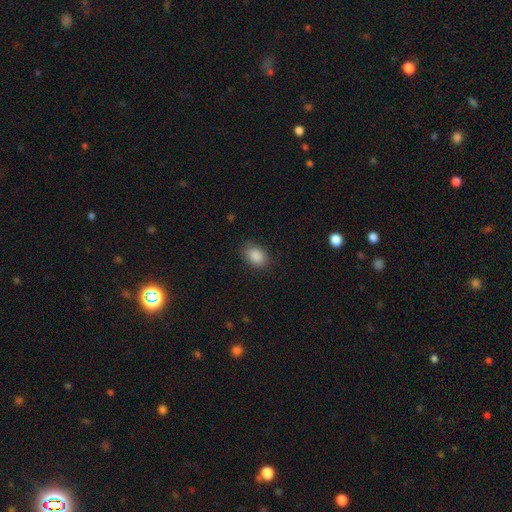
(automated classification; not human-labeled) Morphology: type=smooth (88%); roundness=in between (76%); merging=none (82%).